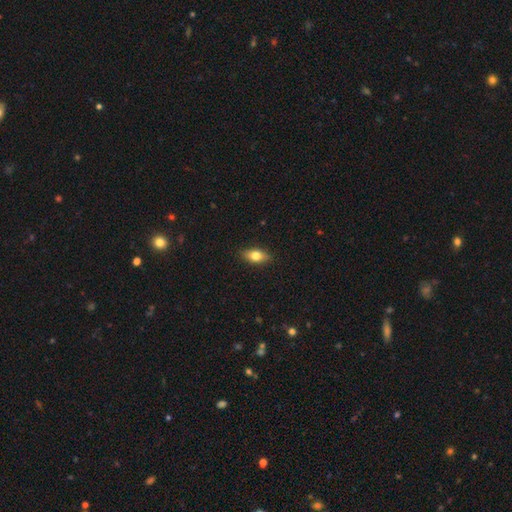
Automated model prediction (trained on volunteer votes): Morphology: type=smooth (76%); roundness=in between (83%); merging=none (88%).